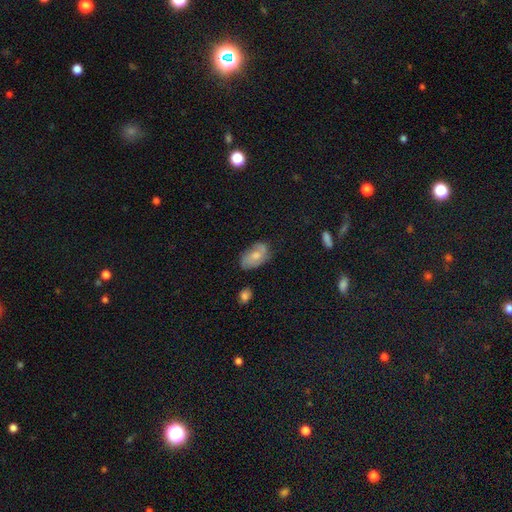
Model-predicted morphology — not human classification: Overall: smooth (51%; featured or disk 41%). How rounded: in between (90%). Merging: none (61%; minor disturbance 28%).